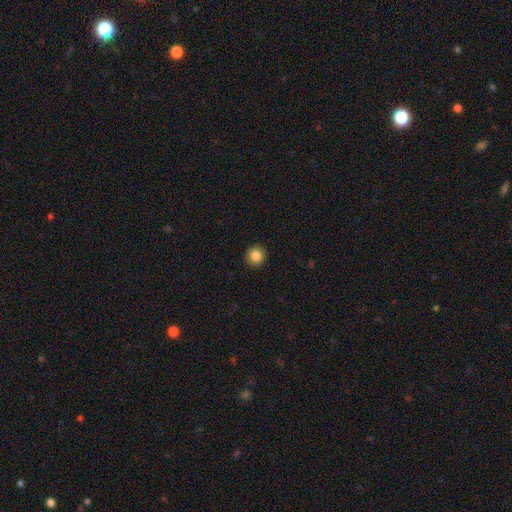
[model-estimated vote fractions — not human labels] This appears to be a smooth galaxy with no disk features (84%) that is round (91%). Merging: none (92%).